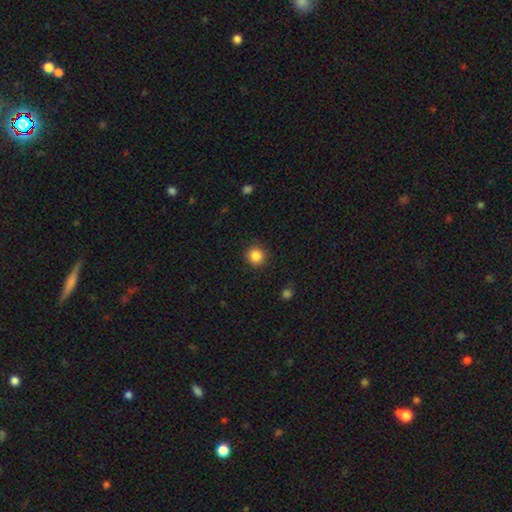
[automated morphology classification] Smooth or featured? Predicted: smooth (p=0.85). How rounded? Predicted: round (p=0.92). Merging? Predicted: none (p=0.89).